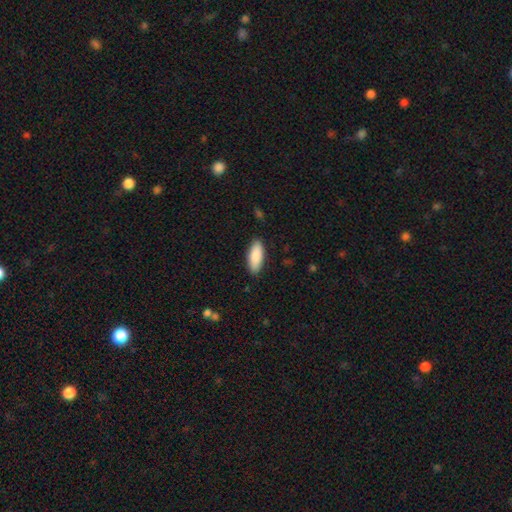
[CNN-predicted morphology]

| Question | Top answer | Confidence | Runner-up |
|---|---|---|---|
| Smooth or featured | smooth | 88% | featured or disk (7%) |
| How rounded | in between | 77% | cigar-shaped (22%) |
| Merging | none | 88% | minor disturbance (9%) |